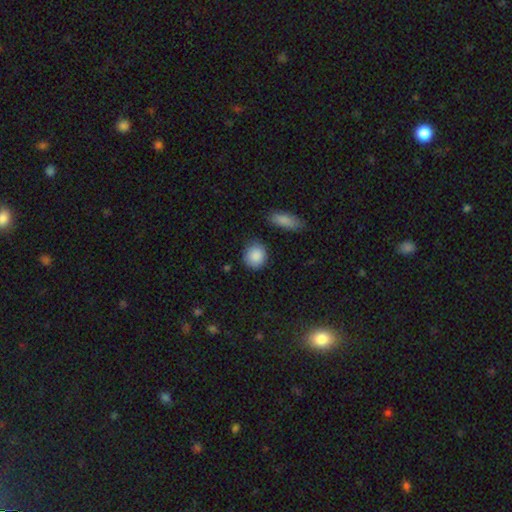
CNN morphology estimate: smooth 89%, star or artifact 7%, featured or disk 5%. Down the decision tree: how rounded — round (80%); merging — none (80%).